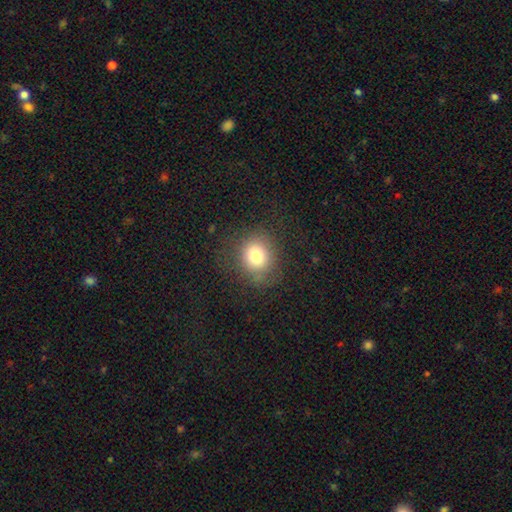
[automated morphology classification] type=smooth (78%); roundness=round (80%); merging=none (79%).